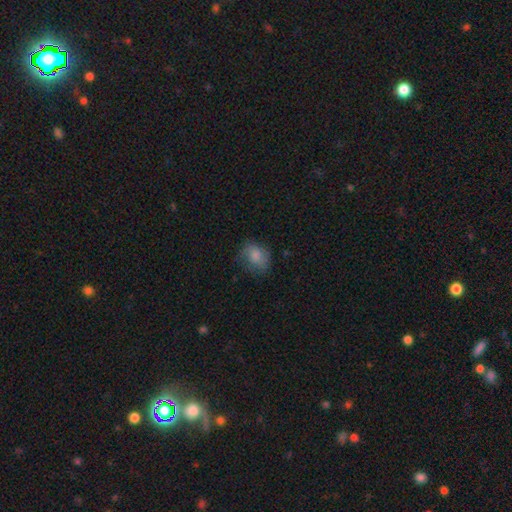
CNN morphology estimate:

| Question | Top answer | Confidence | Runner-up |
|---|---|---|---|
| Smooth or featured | smooth | 75% | featured or disk (16%) |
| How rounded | in between | 53% | round (46%) |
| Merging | none | 58% | minor disturbance (27%) |